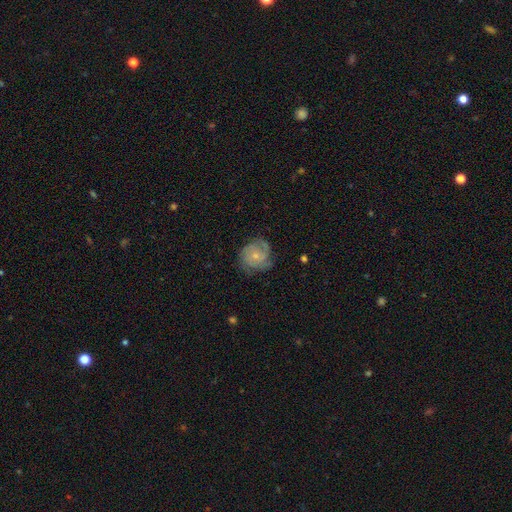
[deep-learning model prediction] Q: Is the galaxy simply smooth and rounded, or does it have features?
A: featured or disk — 67%.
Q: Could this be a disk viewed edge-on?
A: no — 98%.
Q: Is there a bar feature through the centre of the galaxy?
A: no — 80%.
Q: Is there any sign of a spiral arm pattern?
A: yes — 90%.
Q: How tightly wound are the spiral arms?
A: tight — 49%.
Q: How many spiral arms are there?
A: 3 — 34%.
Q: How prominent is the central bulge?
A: small — 73%.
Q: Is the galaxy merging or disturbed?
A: none — 65%.